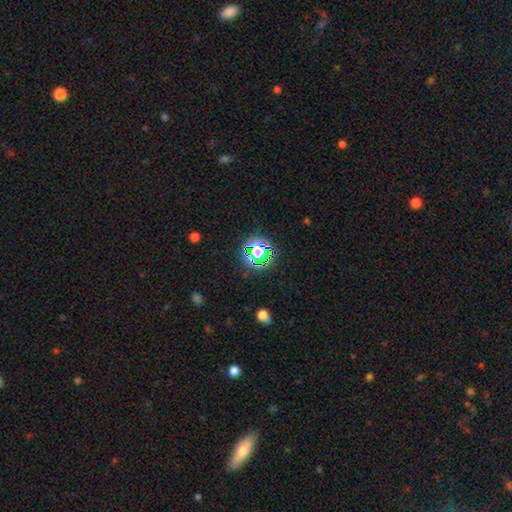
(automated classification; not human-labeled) Smooth or featured?
  - star or artifact: 65% *
  - smooth: 25%
  - featured or disk: 11%